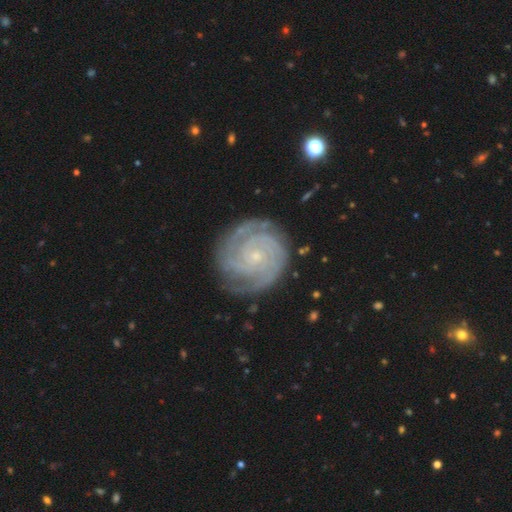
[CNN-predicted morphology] Smooth or featured? featured or disk (90%)
Edge-on disk? no (98%)
Bar? no (76%)
Spiral arms? yes (98%)
Spiral winding? tight (81%)
Spiral arm count? 2 (31%)
Bulge size? small (84%)
Merging? none (81%)